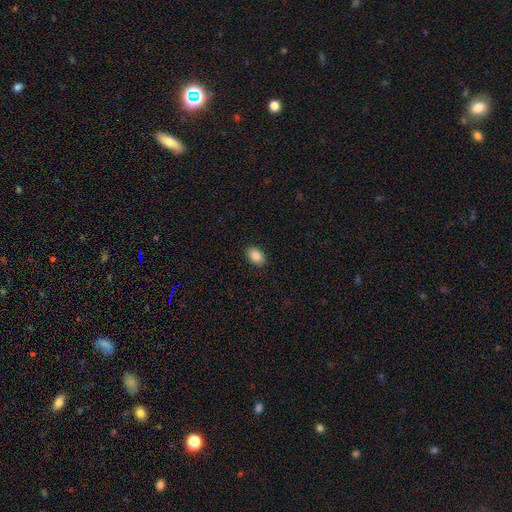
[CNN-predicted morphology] type=smooth (85%); roundness=in between (86%); merging=none (90%).